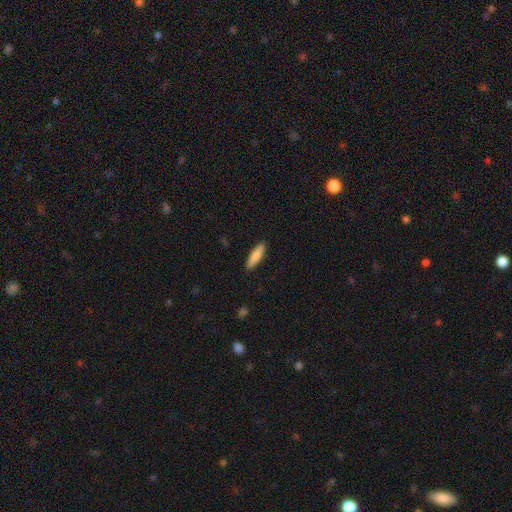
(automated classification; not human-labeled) Smooth or featured: smooth — 84% (featured or disk — 10%)
How rounded: cigar-shaped — 64% (in between — 34%)
Merging: none — 90% (minor disturbance — 7%)